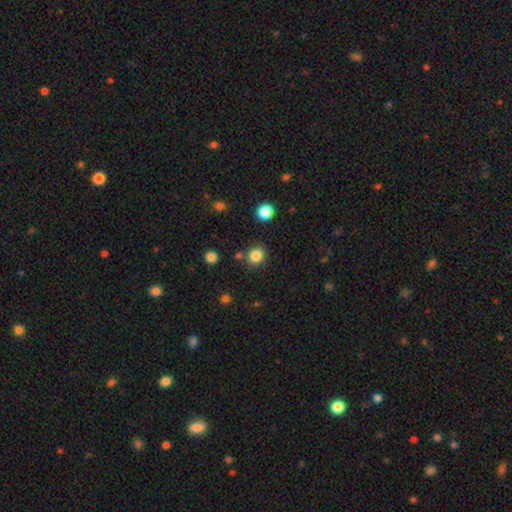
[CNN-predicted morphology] A smooth galaxy with no disk features (84%) that is round (82%). Merging: none (83%).